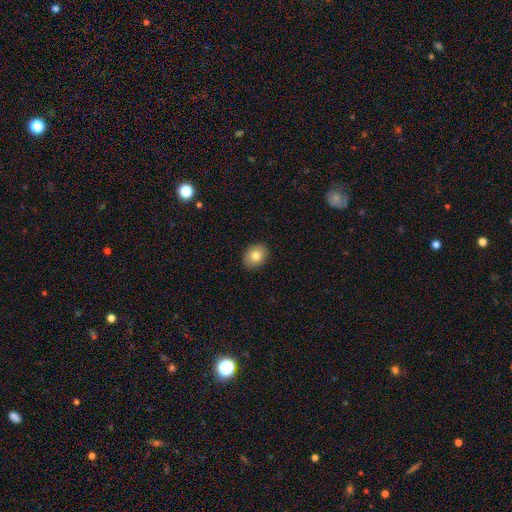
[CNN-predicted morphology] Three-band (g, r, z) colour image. It shows a smooth galaxy with no disk features (80%) that is in between round and cigar-shaped (50%). Merging: none (90%).